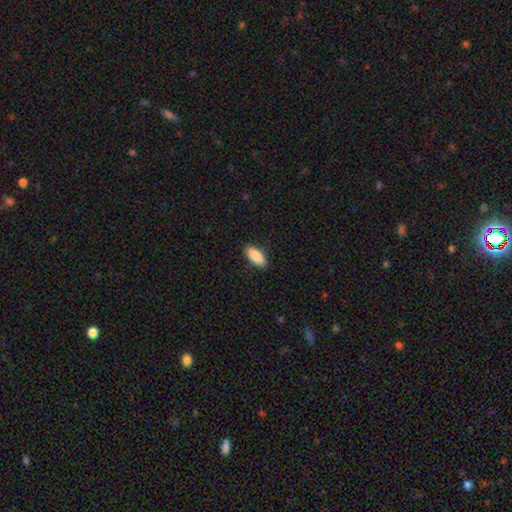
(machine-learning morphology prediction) This is clearly a smooth galaxy (90%). How rounded: clearly in between (85%). Merging: clearly none (87%).